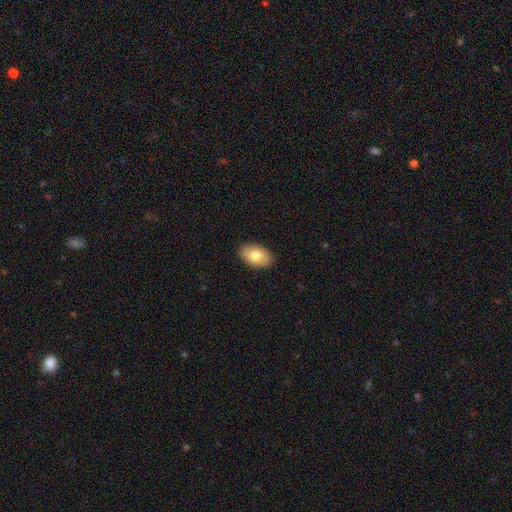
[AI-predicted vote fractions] Overall: smooth (78%). How rounded: in between (91%). Merging: none (89%).